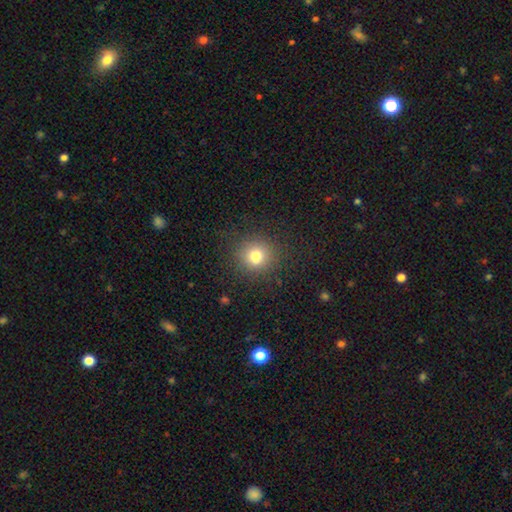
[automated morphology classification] Smooth or featured: smooth — 76% (star or artifact — 15%)
How rounded: round — 90% (in between — 9%)
Merging: none — 85% (minor disturbance — 9%)